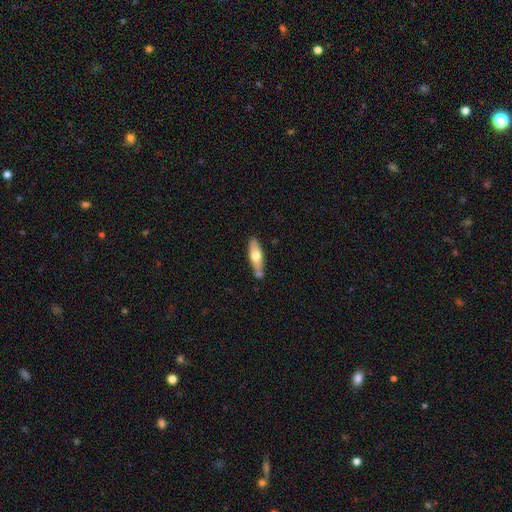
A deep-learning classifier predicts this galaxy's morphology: Smooth or featured: smooth — 56% (featured or disk — 38%)
How rounded: cigar-shaped — 53% (in between — 44%)
Merging: none — 68% (minor disturbance — 17%)